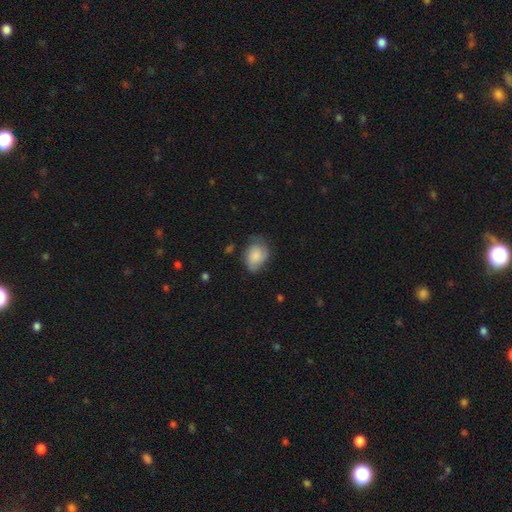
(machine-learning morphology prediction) Smooth or featured? Predicted: smooth (p=0.64). How rounded? Predicted: in between (p=0.69). Merging? Predicted: none (p=0.55).